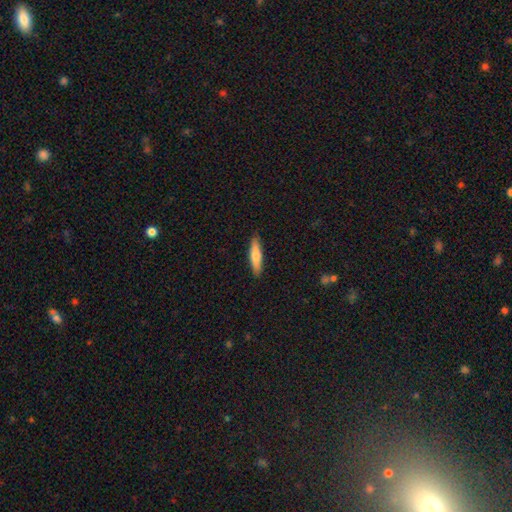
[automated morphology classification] The model was most divided on "smooth or featured": smooth: 69%, featured or disk: 25%, star or artifact: 6%. More confident: merging — none (90%); how rounded — cigar-shaped (78%).